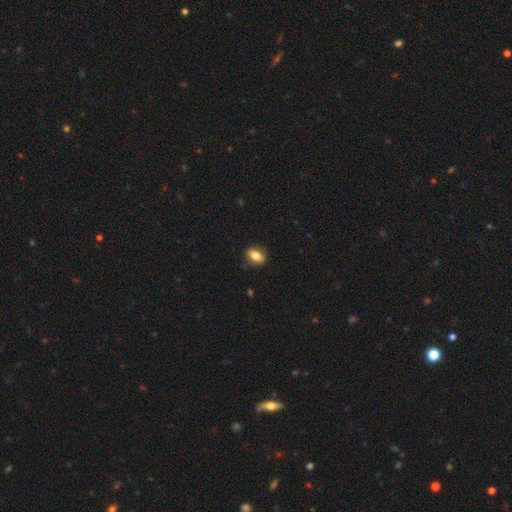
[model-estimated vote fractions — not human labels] The model was most divided on "how rounded": in between: 74%, round: 22%, cigar-shaped: 4%. More confident: merging — none (86%); smooth or featured — smooth (79%).